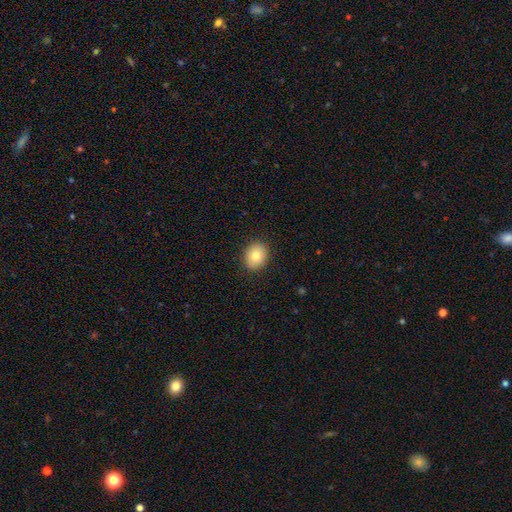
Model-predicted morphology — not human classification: smooth-or-featured: smooth: 80% | featured or disk: 11% | star or artifact: 9%
  how-rounded: round: 55% | in between: 44% | cigar-shaped: 1%
  merging: none: 89% | minor disturbance: 8% | major disturbance: 2% | merger: 1%